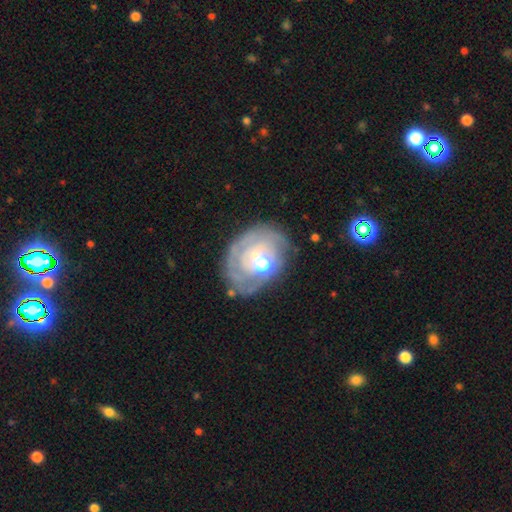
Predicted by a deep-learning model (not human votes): featured or disk 74%, smooth 18%, star or artifact 8%. Down the decision tree: edge-on disk — no (96%); bar — no (61%); spiral arms — yes (72%); spiral arm count — can't tell (50%); spiral winding — tight (70%); bulge size — moderate (67%); merging — none (64%).